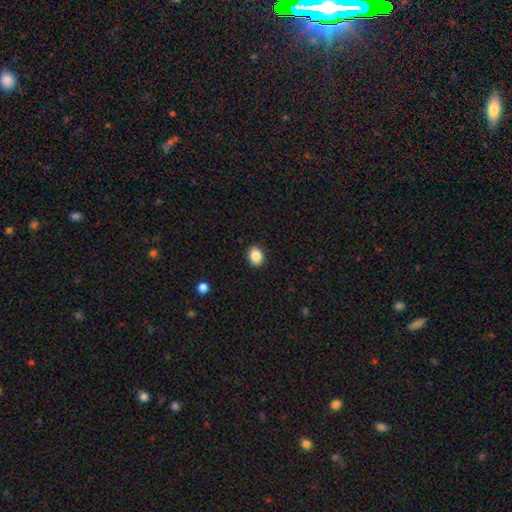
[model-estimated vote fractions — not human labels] This is clearly a smooth galaxy (87%). How rounded: possibly in between (58%). Merging: clearly none (91%).